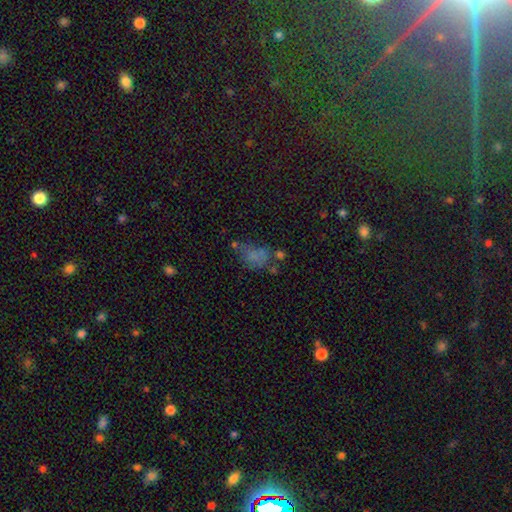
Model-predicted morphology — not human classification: Q: Smooth or featured?
A: smooth (57%); runner-up: featured or disk (23%)
Q: How rounded?
A: in between (76%); runner-up: round (22%)
Q: Merging?
A: none (31%); runner-up: major disturbance (24%)